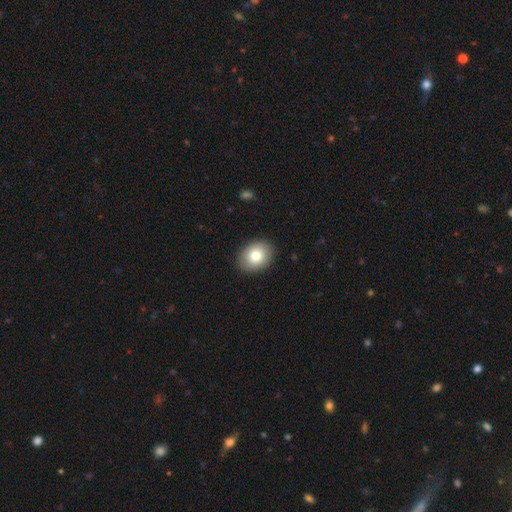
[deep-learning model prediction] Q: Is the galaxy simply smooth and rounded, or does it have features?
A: smooth — 79%.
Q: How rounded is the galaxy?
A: in between — 55%.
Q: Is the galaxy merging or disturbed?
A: none — 90%.